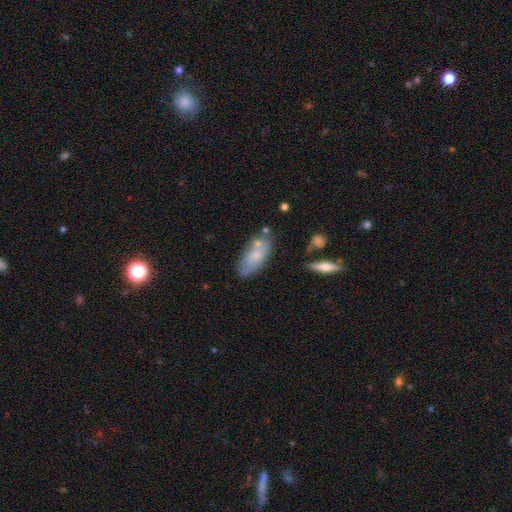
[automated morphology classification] This appears to be a smooth galaxy with no disk features (59%) that is in between round and cigar-shaped (84%). Merging: none (56%).